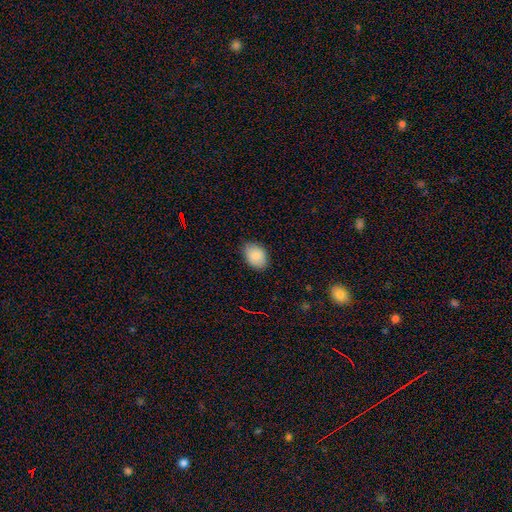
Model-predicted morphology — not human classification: A smooth galaxy with no disk features (88%) that is in between round and cigar-shaped (75%).

Vote fractions:
- Smooth or featured? smooth: 88% / star or artifact: 7% / featured or disk: 5%
- How rounded? in between: 75% / round: 24% / cigar-shaped: 1%
- Merging? none: 83% / minor disturbance: 14% / major disturbance: 2% / merger: 1%